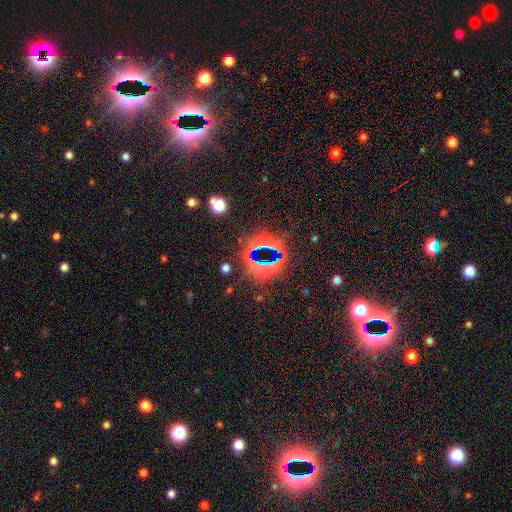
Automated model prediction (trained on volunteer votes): Q: Smooth or featured?
A: star or artifact (56%); runner-up: featured or disk (24%)